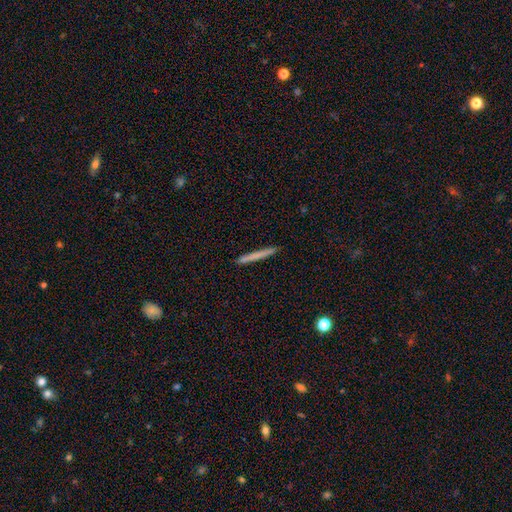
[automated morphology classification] A smooth galaxy with no disk features (68%) that is cigar-shaped (97%). Merging: none (92%).